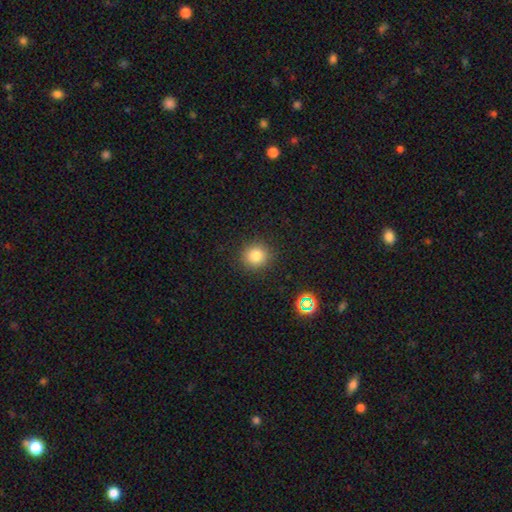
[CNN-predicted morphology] A smooth galaxy with no disk features (81%) that is round (91%).

Vote fractions:
- Smooth or featured? smooth: 81% / star or artifact: 13% / featured or disk: 6%
- How rounded? round: 91% / in between: 8% / cigar-shaped: 1%
- Merging? none: 90% / minor disturbance: 7% / major disturbance: 2% / merger: 1%